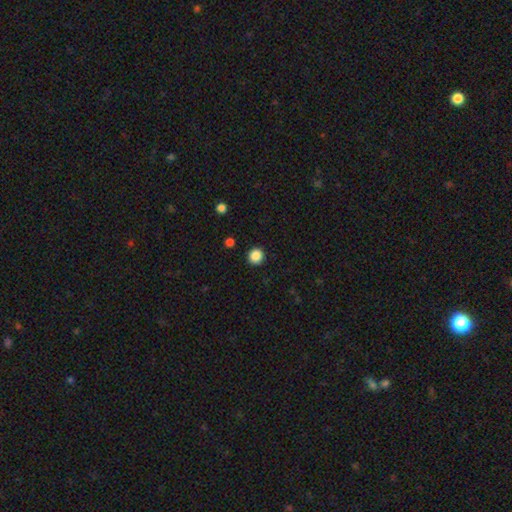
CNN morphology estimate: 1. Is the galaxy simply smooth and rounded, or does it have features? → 87% smooth, 10% star or artifact, 3% featured or disk.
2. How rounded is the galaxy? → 93% round, 6% in between, 1% cigar-shaped.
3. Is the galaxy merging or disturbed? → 92% none, 5% minor disturbance, 2% major disturbance, 1% merger.